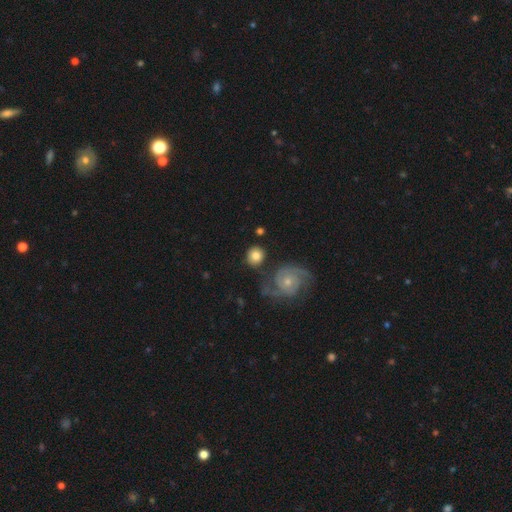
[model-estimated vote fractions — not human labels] Smooth or featured? smooth (72%)
How rounded? round (88%)
Merging? none (75%)